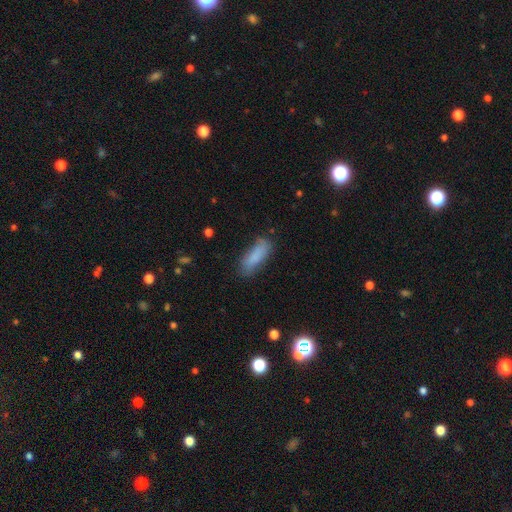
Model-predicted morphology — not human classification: This appears to be a smooth galaxy with no disk features (82%) that is in between round and cigar-shaped (58%). Merging: none (73%).